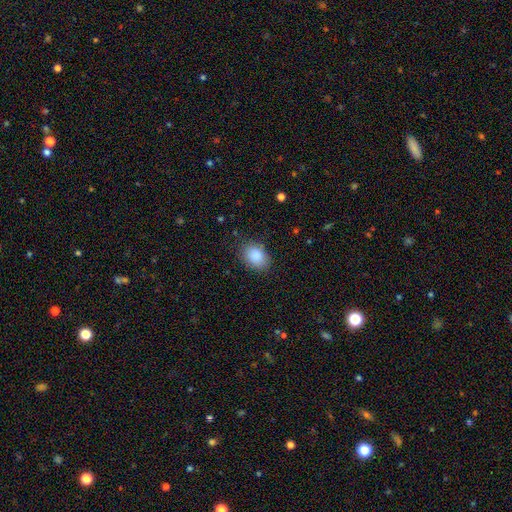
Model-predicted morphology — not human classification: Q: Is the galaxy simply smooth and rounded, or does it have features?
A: smooth — 88%.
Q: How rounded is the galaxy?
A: in between — 72%.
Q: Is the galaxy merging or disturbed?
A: none — 80%.